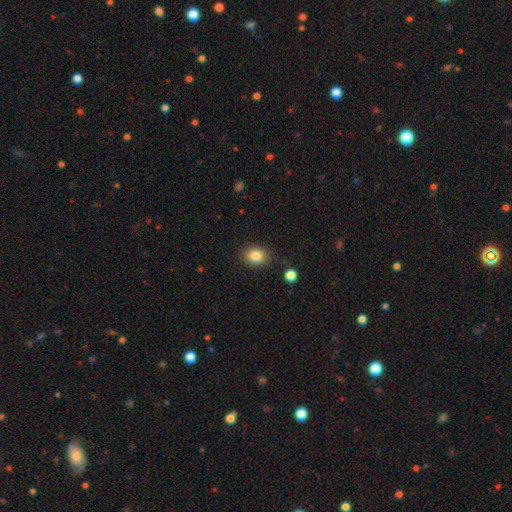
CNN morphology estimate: smooth_or_featured: smooth (p=0.84) [alt: star or artifact p=0.10]
how_rounded: round (p=0.59) [alt: in between p=0.40]
merging: none (p=0.85) [alt: minor disturbance p=0.10]